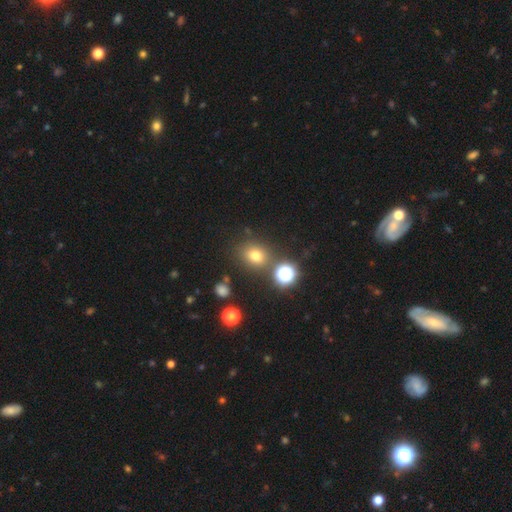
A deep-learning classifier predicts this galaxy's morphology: This appears to be a smooth galaxy with no disk features (69%) that is round (63%). Merging: none (76%).